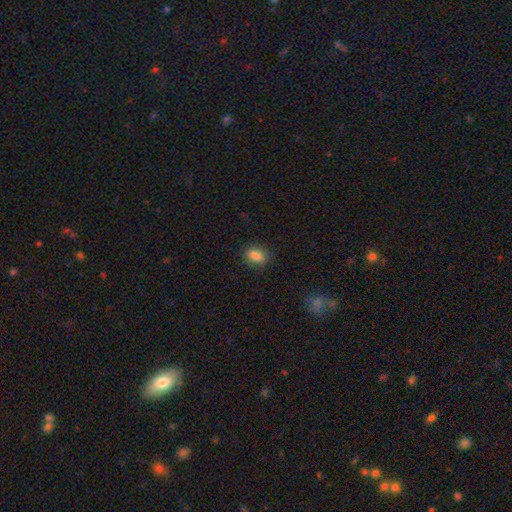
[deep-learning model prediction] Smooth or featured? Predicted: smooth (p=0.85). How rounded? Predicted: in between (p=0.75). Merging? Predicted: none (p=0.85).